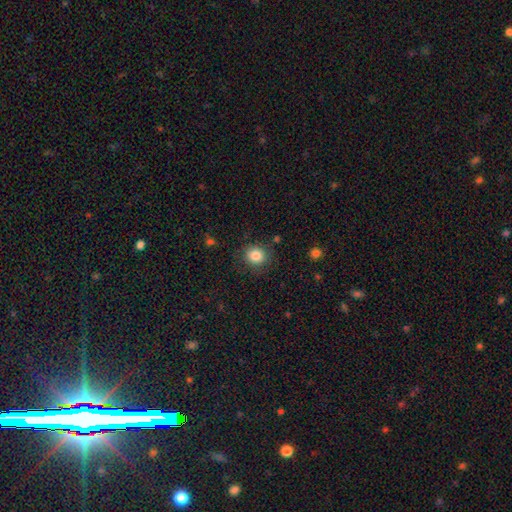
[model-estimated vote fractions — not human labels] smooth_or_featured: smooth (p=0.84) [alt: star or artifact p=0.10]
how_rounded: round (p=0.85) [alt: in between p=0.14]
merging: none (p=0.84) [alt: minor disturbance p=0.10]